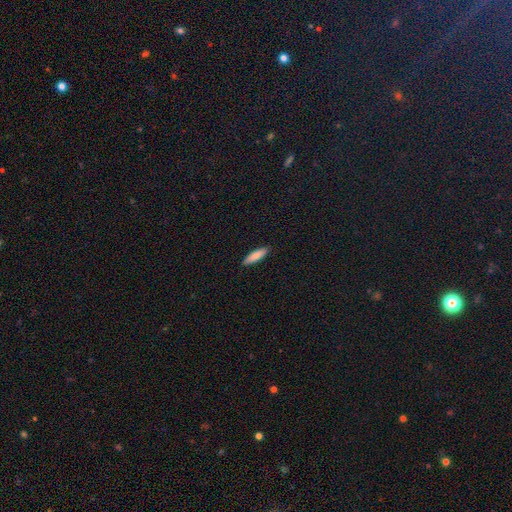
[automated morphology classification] The model was most divided on "how rounded": cigar-shaped: 71%, in between: 27%, round: 1%. More confident: merging — none (89%); smooth or featured — smooth (83%).